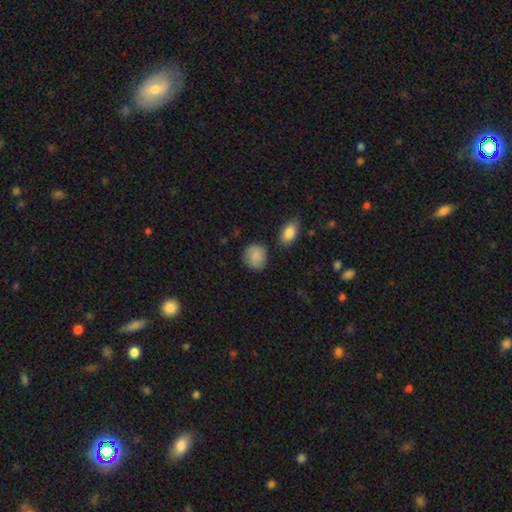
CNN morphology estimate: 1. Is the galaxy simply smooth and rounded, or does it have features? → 87% smooth, 7% star or artifact, 5% featured or disk.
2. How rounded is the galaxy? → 80% round, 19% in between, 1% cigar-shaped.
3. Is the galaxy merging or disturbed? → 77% none, 15% minor disturbance, 4% major disturbance, 4% merger.